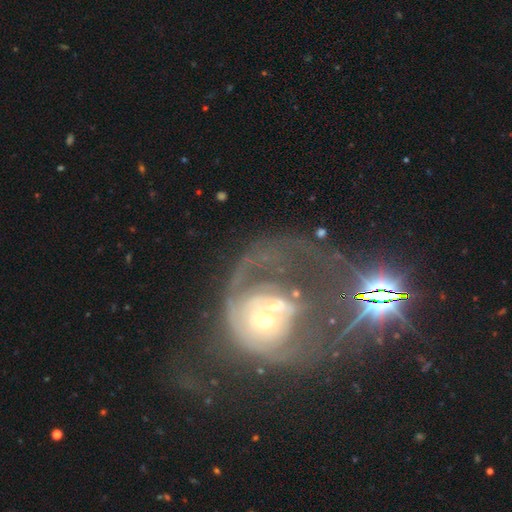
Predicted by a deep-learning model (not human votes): This is likely a featured or disk galaxy (63%). It is clearly not viewed edge-on (96%). Bar: clearly no (80%). Spiral arm pattern: possibly yes (50%, tied with no). Central bulge: possibly moderate (50%). Merging: marginally merger (40%).